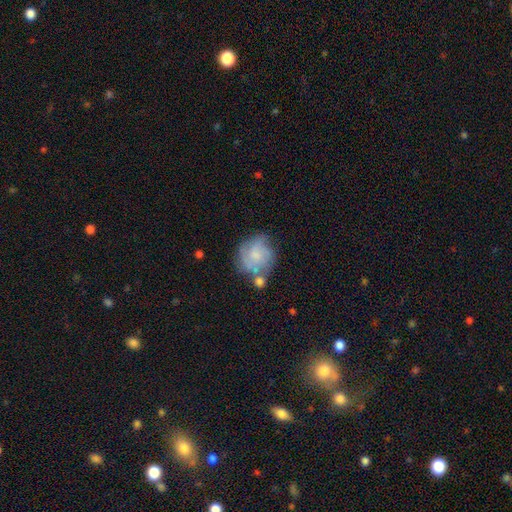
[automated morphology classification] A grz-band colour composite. It shows a featured or disk galaxy (52%) with no bar (74%), spiral arms (79%) and a small central bulge (47%). Merging: none (53%).